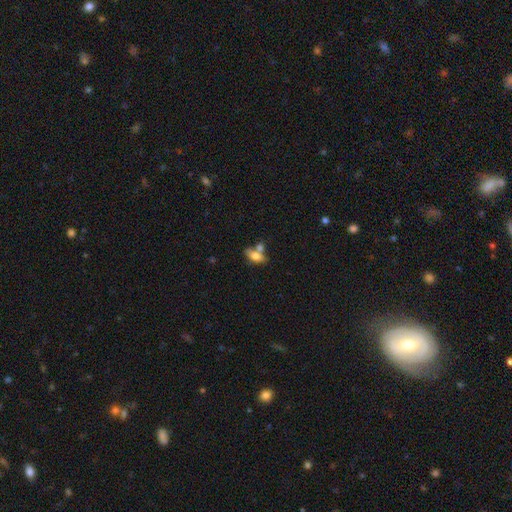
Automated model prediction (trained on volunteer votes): A smooth galaxy with no disk features (68%) that is in between round and cigar-shaped (81%).

Vote fractions:
- Smooth or featured? smooth: 68% / featured or disk: 24% / star or artifact: 8%
- How rounded? in between: 81% / cigar-shaped: 12% / round: 6%
- Merging? none: 45% / merger: 36% / minor disturbance: 13% / major disturbance: 6%